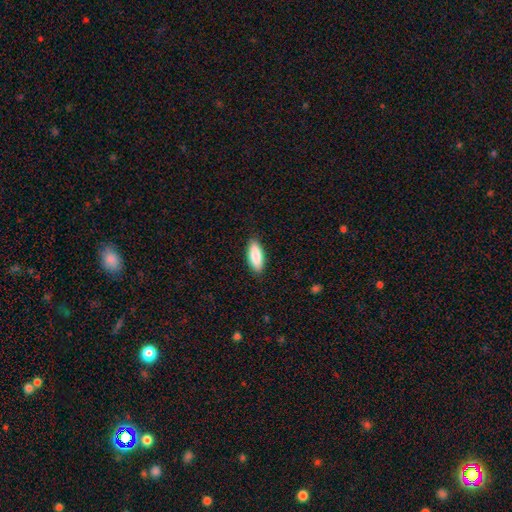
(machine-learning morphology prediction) smooth_or_featured: smooth (p=0.88) [alt: featured or disk p=0.07]
how_rounded: in between (p=0.76) [alt: cigar-shaped p=0.22]
merging: none (p=0.88) [alt: minor disturbance p=0.09]